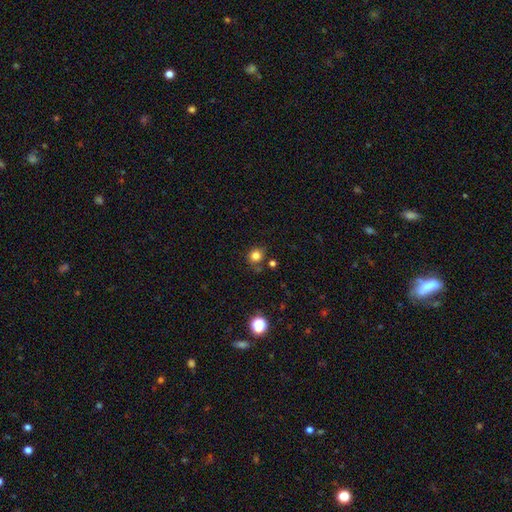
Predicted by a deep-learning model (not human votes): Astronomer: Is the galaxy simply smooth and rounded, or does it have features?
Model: smooth — 82%.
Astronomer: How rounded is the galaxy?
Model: round — 87%.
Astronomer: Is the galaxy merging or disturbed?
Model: none — 78%.